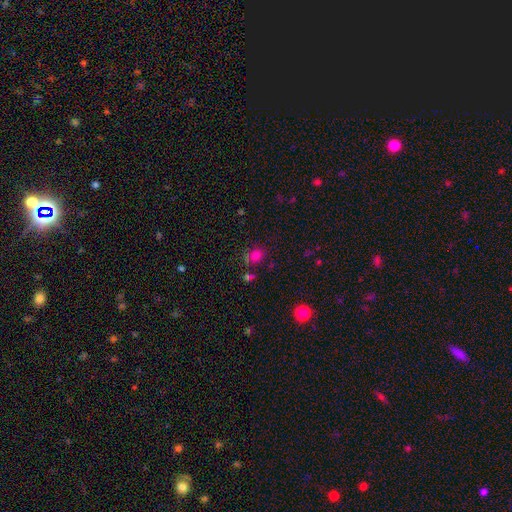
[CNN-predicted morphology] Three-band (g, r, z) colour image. It shows a smooth galaxy with no disk features (71%) that is round (64%). Merging: none (61%).